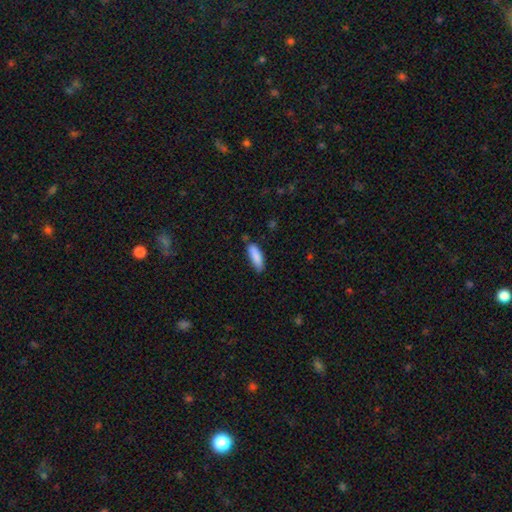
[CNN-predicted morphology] A smooth galaxy with no disk features (87%) that is in between round and cigar-shaped (54%).

Vote fractions:
- Smooth or featured? smooth: 87% / featured or disk: 6% / star or artifact: 6%
- How rounded? in between: 54% / cigar-shaped: 45% / round: 2%
- Merging? none: 74% / minor disturbance: 20% / major disturbance: 3% / merger: 3%